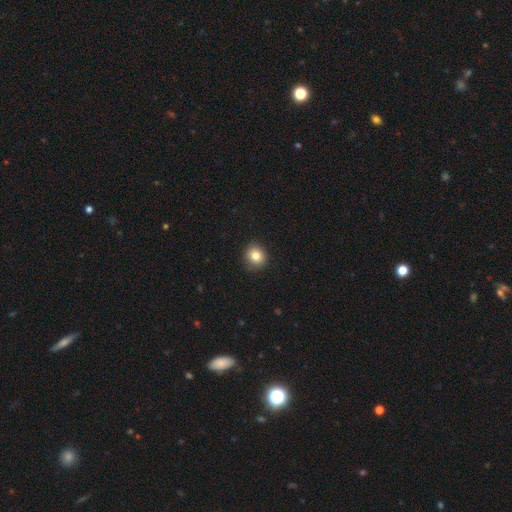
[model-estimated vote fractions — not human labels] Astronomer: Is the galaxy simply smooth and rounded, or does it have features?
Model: smooth — 83%.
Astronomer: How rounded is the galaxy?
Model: round — 85%.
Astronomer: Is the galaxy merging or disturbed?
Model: none — 89%.